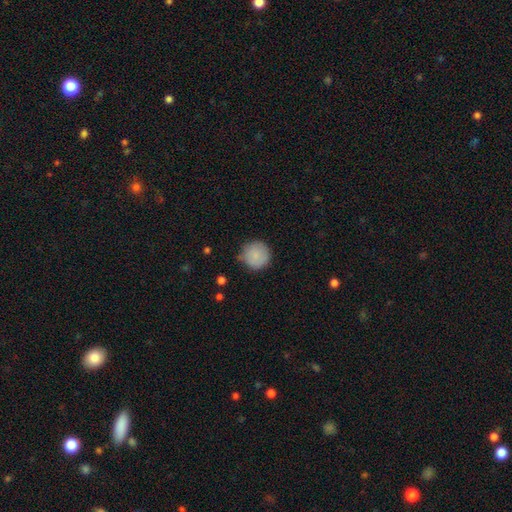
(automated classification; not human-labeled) Smooth or featured? Predicted: smooth (p=0.86). How rounded? Predicted: round (p=0.95). Merging? Predicted: none (p=0.76).